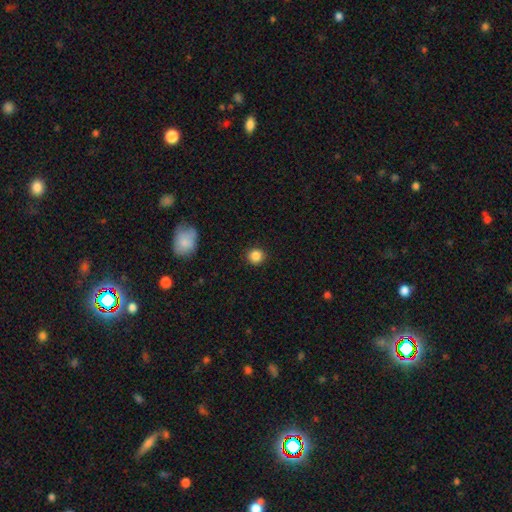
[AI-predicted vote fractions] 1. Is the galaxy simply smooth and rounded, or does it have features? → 86% smooth, 10% star or artifact, 4% featured or disk.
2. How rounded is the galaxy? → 92% round, 7% in between, 1% cigar-shaped.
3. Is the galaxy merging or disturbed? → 91% none, 6% minor disturbance, 2% major disturbance, 1% merger.